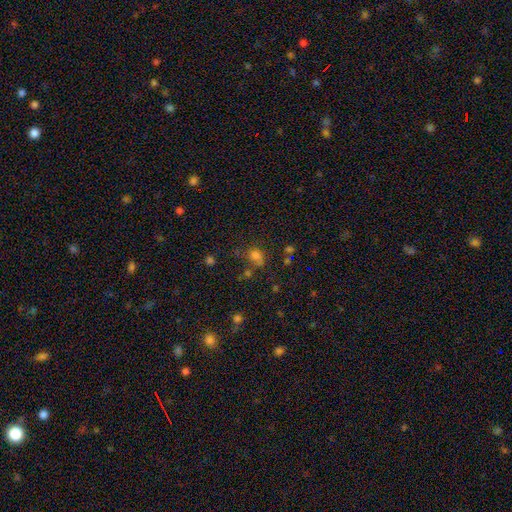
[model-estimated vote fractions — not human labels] Smooth or featured?
  - smooth: 69% *
  - star or artifact: 22%
  - featured or disk: 9%
How rounded?
  - round: 54% *
  - in between: 45%
  - cigar-shaped: 2%
Merging?
  - none: 47% *
  - merger: 21%
  - minor disturbance: 19%
  - major disturbance: 13%